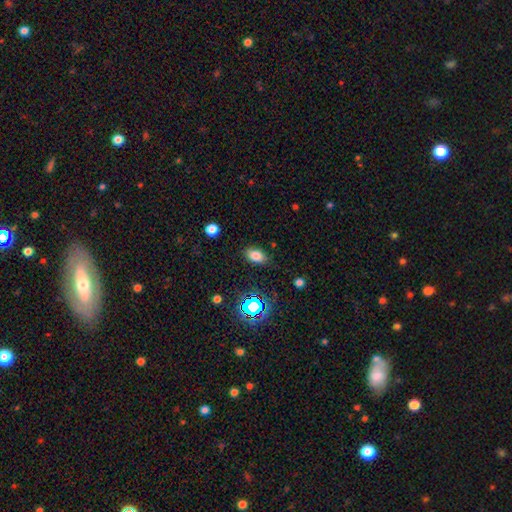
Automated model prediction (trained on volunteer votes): Smooth or featured?
  - smooth: 76% *
  - star or artifact: 16%
  - featured or disk: 8%
How rounded?
  - in between: 88% *
  - round: 9%
  - cigar-shaped: 3%
Merging?
  - none: 84% *
  - minor disturbance: 11%
  - major disturbance: 3%
  - merger: 2%